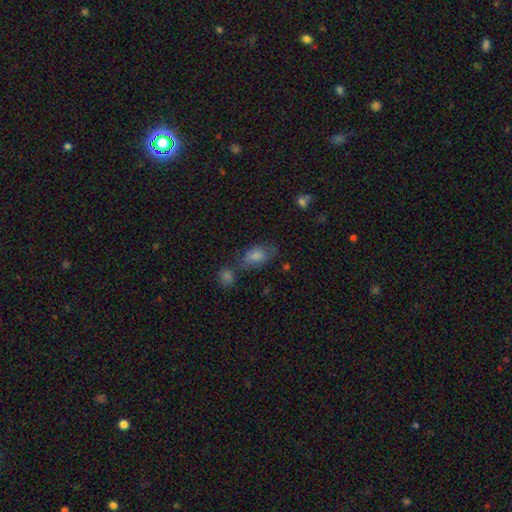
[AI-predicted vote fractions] Overall: smooth (71%). How rounded: in between (86%). Merging: none (59%).